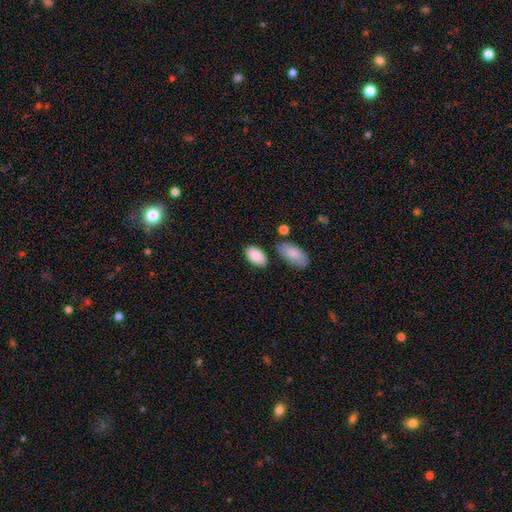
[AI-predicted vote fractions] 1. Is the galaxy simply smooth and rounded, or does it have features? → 88% smooth, 6% star or artifact, 6% featured or disk.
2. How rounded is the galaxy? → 95% in between, 4% round, 2% cigar-shaped.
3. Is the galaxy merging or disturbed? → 72% none, 17% minor disturbance, 7% merger, 4% major disturbance.